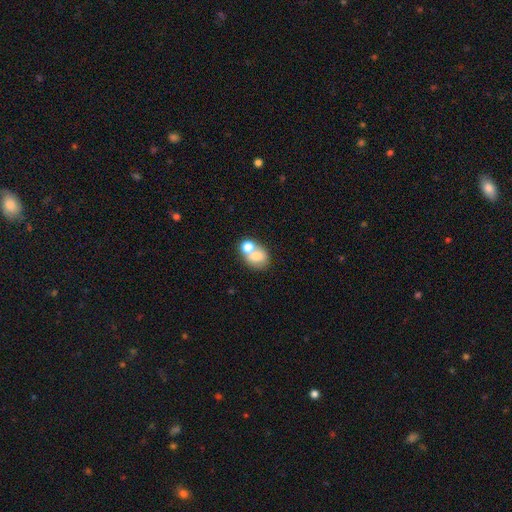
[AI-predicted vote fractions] smooth-or-featured: smooth: 71% | featured or disk: 19% | star or artifact: 10%
  how-rounded: in between: 50% | round: 49% | cigar-shaped: 1%
  merging: merger: 54% | none: 32% | minor disturbance: 9% | major disturbance: 5%